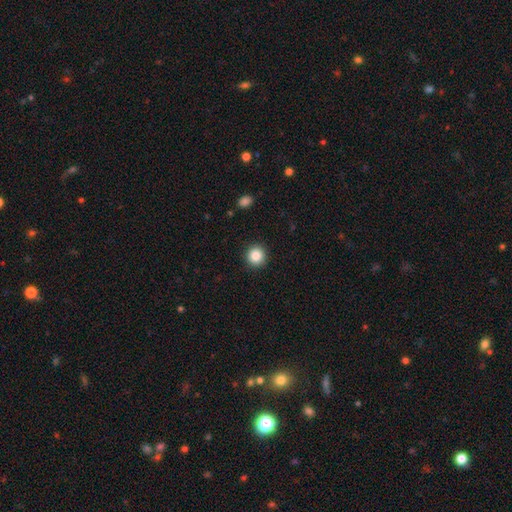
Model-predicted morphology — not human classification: Smooth or featured? smooth (85%)
How rounded? round (94%)
Merging? none (92%)